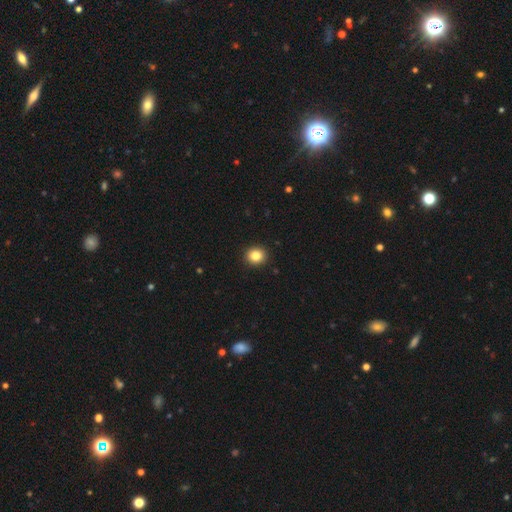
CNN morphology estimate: smooth 85%, star or artifact 10%, featured or disk 5%. Down the decision tree: how rounded — round (83%); merging — none (93%).